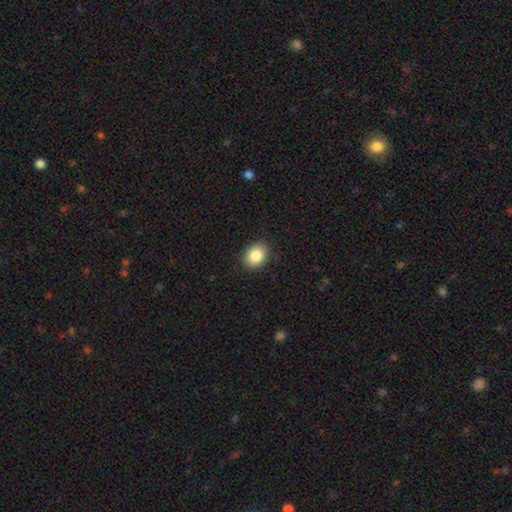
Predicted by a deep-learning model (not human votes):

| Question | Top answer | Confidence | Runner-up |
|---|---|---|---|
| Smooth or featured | smooth | 86% | star or artifact (8%) |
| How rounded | in between | 55% | round (44%) |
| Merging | none | 89% | minor disturbance (8%) |